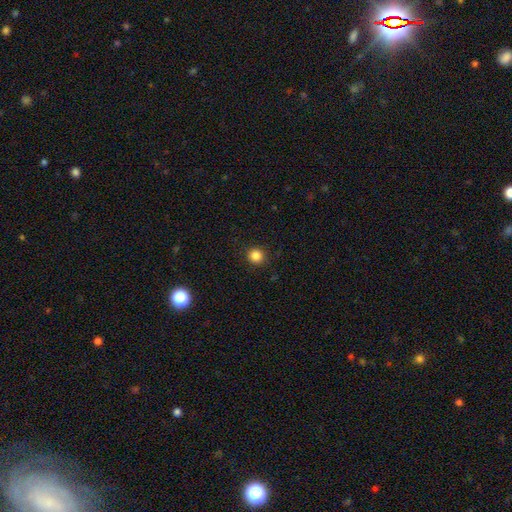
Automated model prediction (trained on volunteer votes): This appears to be a smooth galaxy with no disk features (85%) that is round (94%). Merging: none (92%).